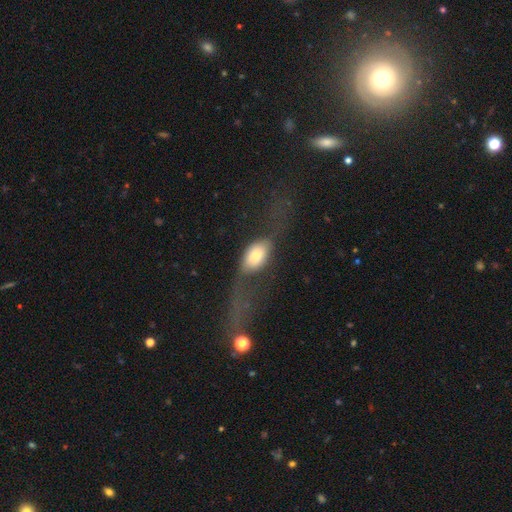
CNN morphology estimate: Q: Smooth or featured?
A: smooth (68%); runner-up: featured or disk (25%)
Q: How rounded?
A: in between (89%); runner-up: round (6%)
Q: Merging?
A: major disturbance (51%); runner-up: none (28%)